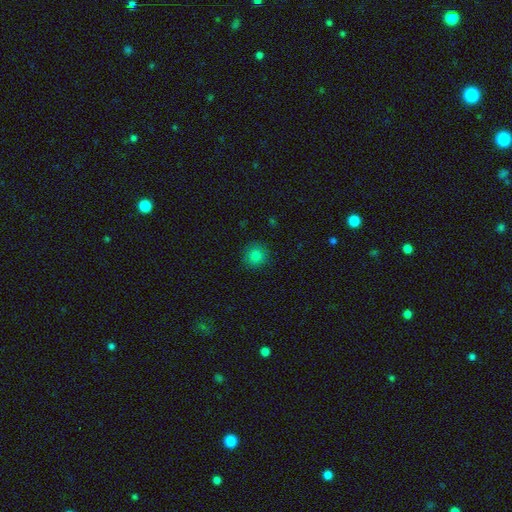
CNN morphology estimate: smooth 83%, star or artifact 13%, featured or disk 5%. Down the decision tree: how rounded — round (92%); merging — none (90%).